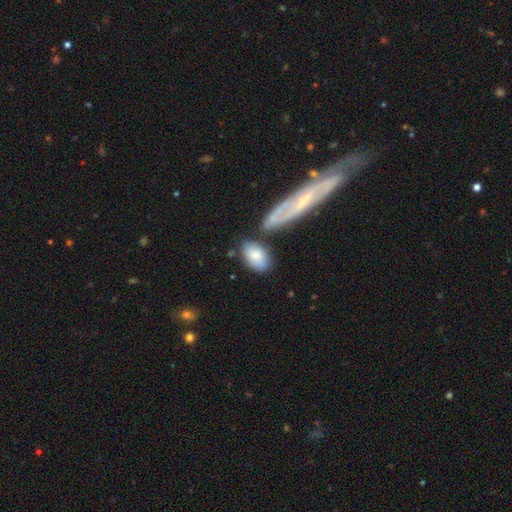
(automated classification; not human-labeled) This appears to be a smooth galaxy with no disk features (77%) that is in between round and cigar-shaped (91%). Merging: none (58%).